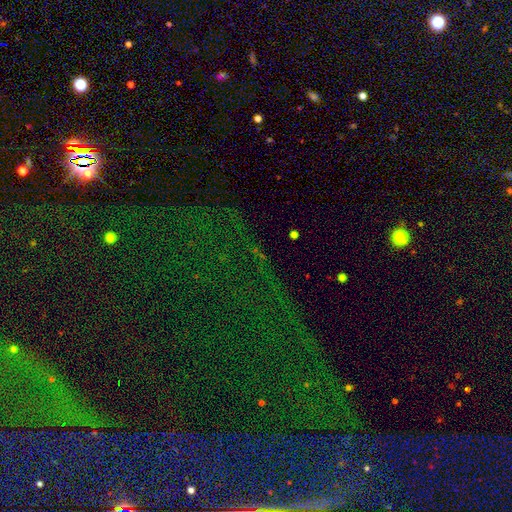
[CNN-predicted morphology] This is likely a star or artifact rather than a galaxy (67%).